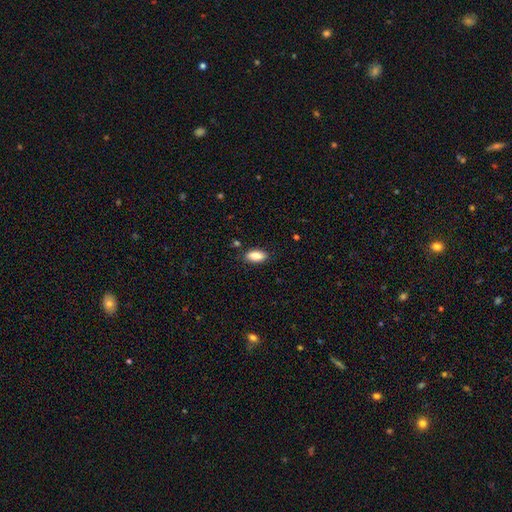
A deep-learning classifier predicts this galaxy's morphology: The model was most divided on "merging": none: 85%, minor disturbance: 11%, major disturbance: 2%, merger: 2%. More confident: how rounded — in between (90%); smooth or featured — smooth (85%).